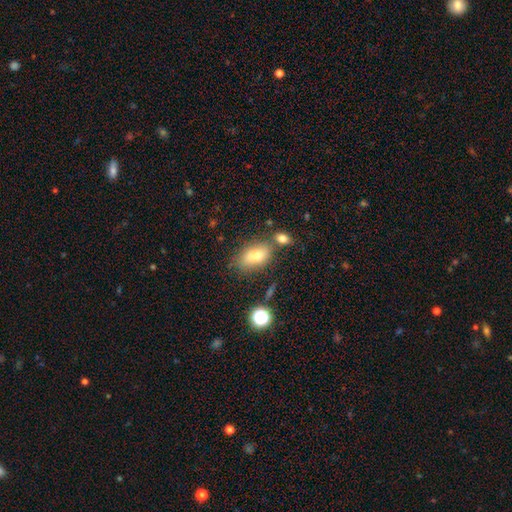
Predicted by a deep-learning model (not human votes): Smooth or featured: smooth — 76% (featured or disk — 13%)
How rounded: in between — 87% (round — 9%)
Merging: none — 64% (minor disturbance — 17%)